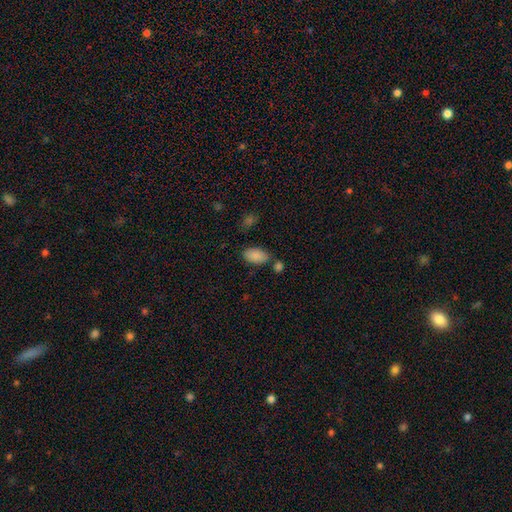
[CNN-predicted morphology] Smooth or featured?
  - smooth: 88% *
  - star or artifact: 8%
  - featured or disk: 4%
How rounded?
  - in between: 94% *
  - round: 3%
  - cigar-shaped: 2%
Merging?
  - none: 71% *
  - minor disturbance: 14%
  - merger: 12%
  - major disturbance: 4%